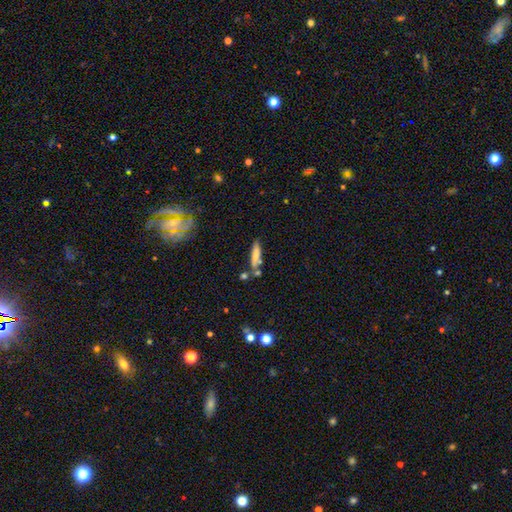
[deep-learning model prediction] Overall: smooth (72%). How rounded: cigar-shaped (75%). Merging: none (62%).